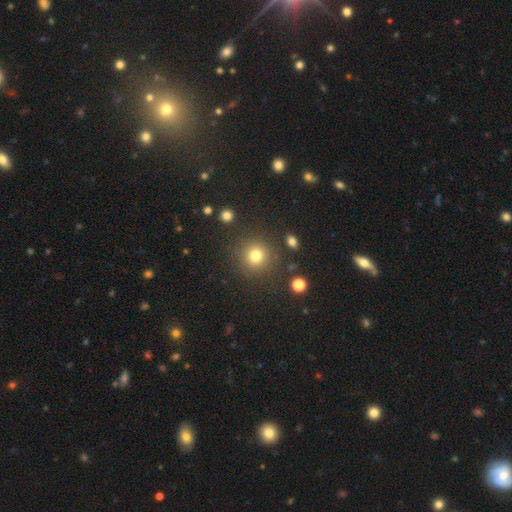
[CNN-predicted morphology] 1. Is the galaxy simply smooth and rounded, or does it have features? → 80% smooth, 14% star or artifact, 6% featured or disk.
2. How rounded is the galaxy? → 92% round, 7% in between, 1% cigar-shaped.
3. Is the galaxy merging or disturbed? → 86% none, 8% minor disturbance, 3% major disturbance, 3% merger.